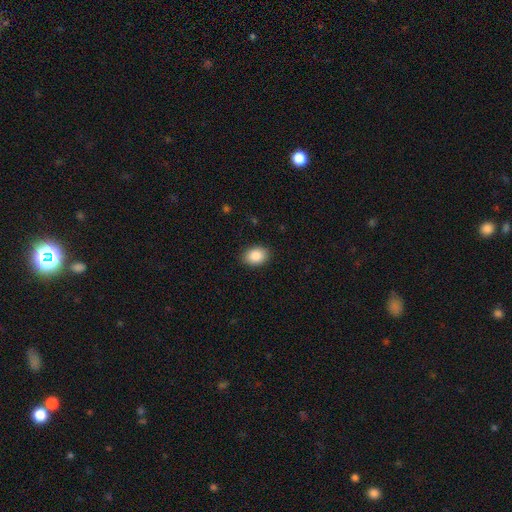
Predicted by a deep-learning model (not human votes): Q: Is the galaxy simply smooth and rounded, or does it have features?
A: smooth — 86%.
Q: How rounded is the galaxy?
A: in between — 72%.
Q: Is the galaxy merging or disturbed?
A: none — 89%.